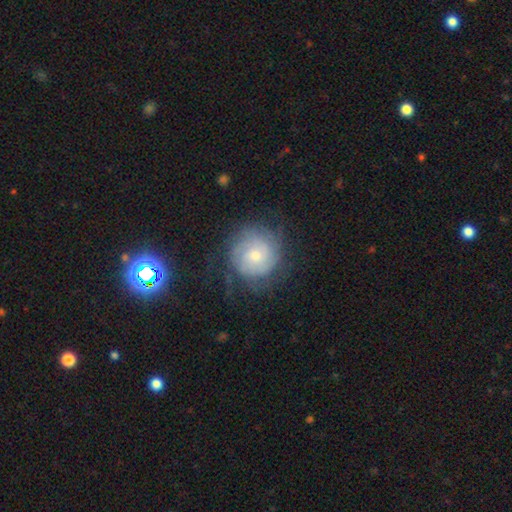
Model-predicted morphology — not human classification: Overall: featured or disk (61%; smooth 32%). Edge-on disk: no (98%). Bar: no (74%). Spiral arms: yes (85%). Spiral arm count: can't tell (51%; 2 21%). Spiral winding: tight (66%). Bulge size: moderate (46%, tied with small). Merging: none (67%).